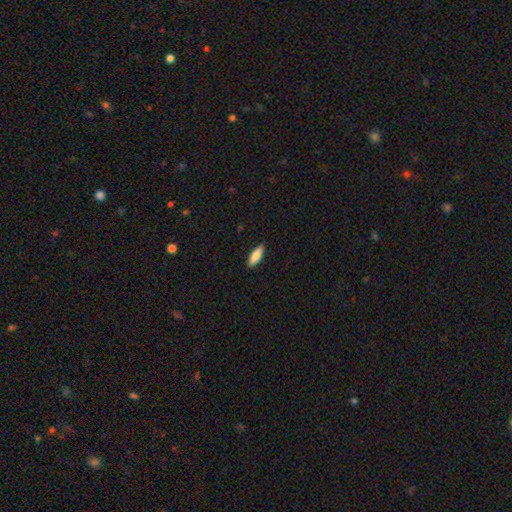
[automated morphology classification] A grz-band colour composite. It shows a smooth galaxy with no disk features (85%) that is in between round and cigar-shaped (59%). Merging: none (88%).